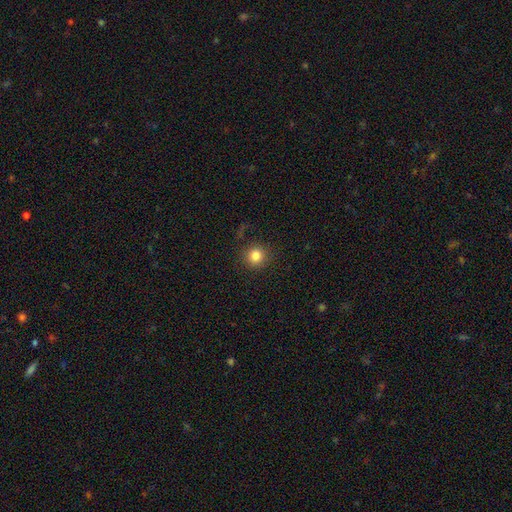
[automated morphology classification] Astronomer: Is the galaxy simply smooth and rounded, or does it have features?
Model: smooth — 83%.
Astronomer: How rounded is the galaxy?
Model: round — 93%.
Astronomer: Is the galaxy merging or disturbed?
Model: none — 87%.